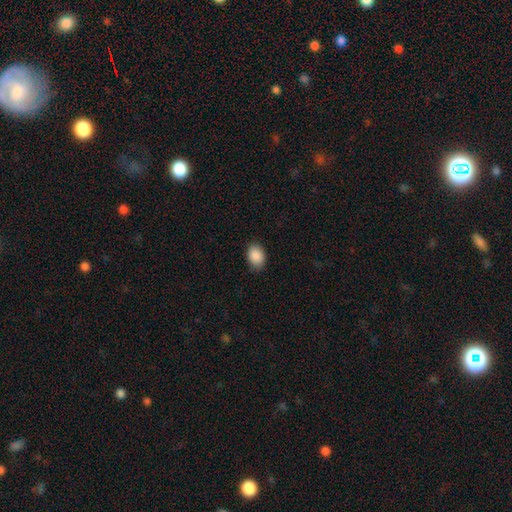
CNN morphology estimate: A smooth galaxy with no disk features (90%) that is in between round and cigar-shaped (74%). Merging: none (83%).